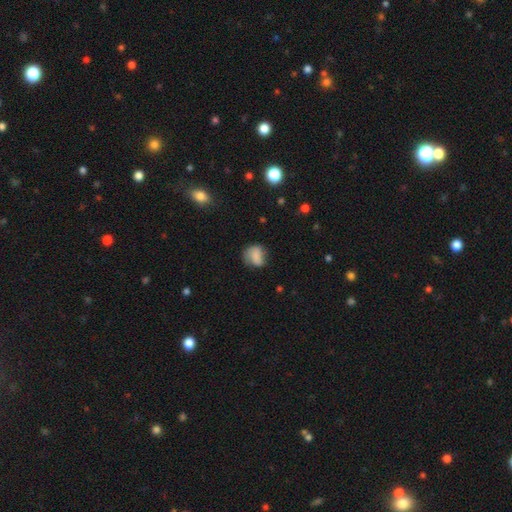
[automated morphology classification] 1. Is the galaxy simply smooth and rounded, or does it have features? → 72% smooth, 18% featured or disk, 10% star or artifact.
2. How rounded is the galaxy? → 57% round, 42% in between, 1% cigar-shaped.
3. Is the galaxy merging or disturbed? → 50% none, 30% minor disturbance, 18% major disturbance, 3% merger.